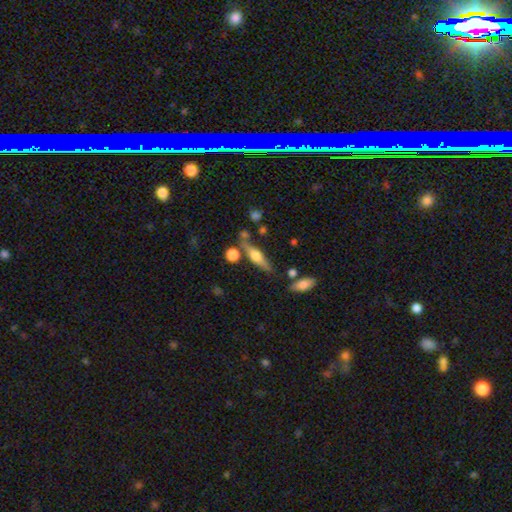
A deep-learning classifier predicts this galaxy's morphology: Q: Smooth or featured?
A: featured or disk (61%); runner-up: smooth (32%)
Q: Edge-on disk?
A: yes (94%); runner-up: no (6%)
Q: Edge-on bulge?
A: rounded (90%); runner-up: boxy (7%)
Q: Merging?
A: none (71%); runner-up: minor disturbance (13%)